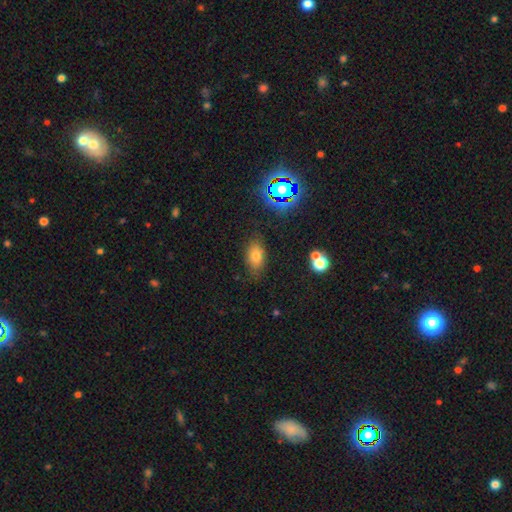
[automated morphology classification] Q: Smooth or featured?
A: smooth (72%); runner-up: star or artifact (15%)
Q: How rounded?
A: in between (86%); runner-up: round (11%)
Q: Merging?
A: none (80%); runner-up: minor disturbance (14%)